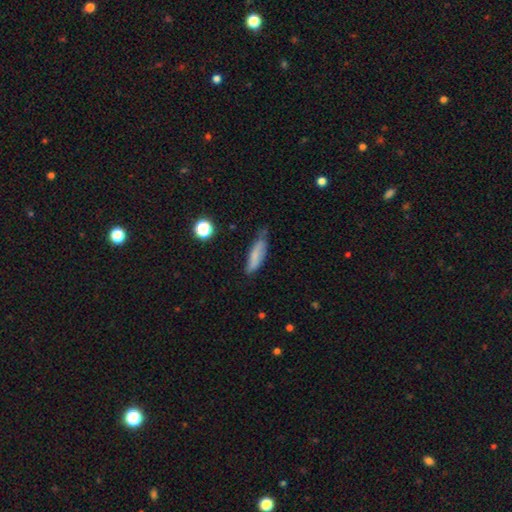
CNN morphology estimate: Smooth or featured? Predicted: smooth (p=0.69). How rounded? Predicted: cigar-shaped (p=0.58). Merging? Predicted: none (p=0.53).